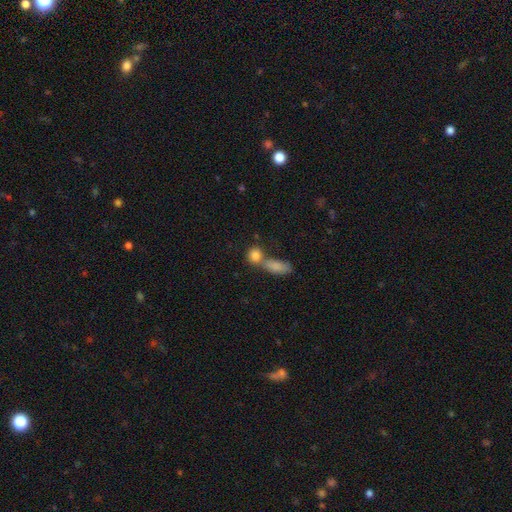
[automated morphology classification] type=smooth (83%); roundness=round (59%); merging=merger (48%).